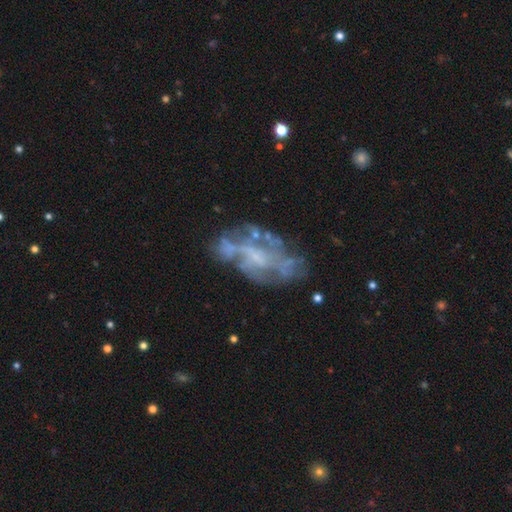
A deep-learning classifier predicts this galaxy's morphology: smooth-or-featured: featured or disk: 73% | smooth: 16% | star or artifact: 11%
  disk-edge-on: no: 95% | yes: 5%
    bar: no: 66% | weak: 26% | strong: 7%
    has-spiral-arms: no: 55% | yes: 45%
    bulge-size: none: 44% | small: 30% | moderate: 22% | large: 3% | dominant: 1%
  merging: none: 52% | major disturbance: 21% | minor disturbance: 20% | merger: 8%